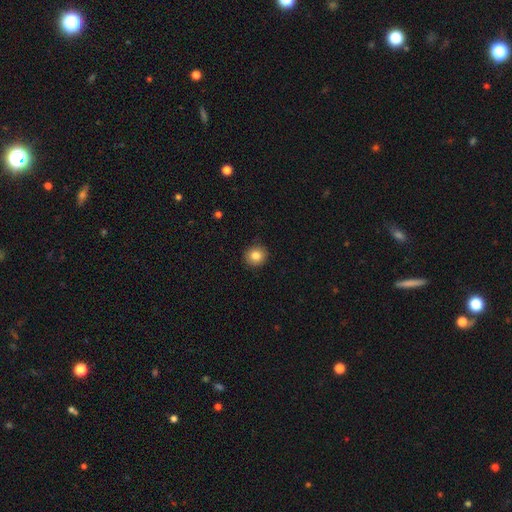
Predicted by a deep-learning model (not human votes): smooth_or_featured: smooth (p=0.83) [alt: star or artifact p=0.10]
how_rounded: round (p=0.90) [alt: in between p=0.09]
merging: none (p=0.91) [alt: minor disturbance p=0.06]